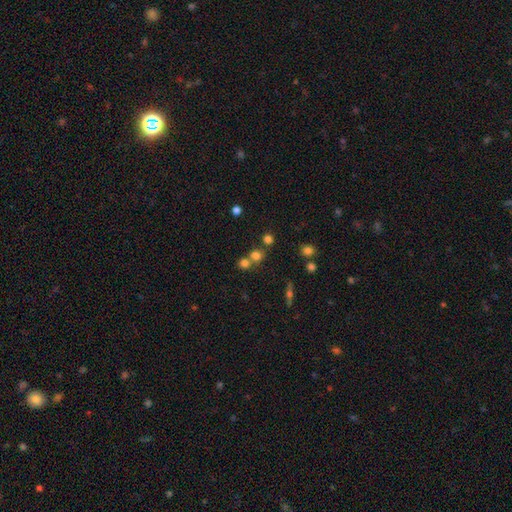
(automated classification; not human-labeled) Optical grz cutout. It shows a smooth galaxy with no disk features (70%) that is round (81%). Merging: none (52%).